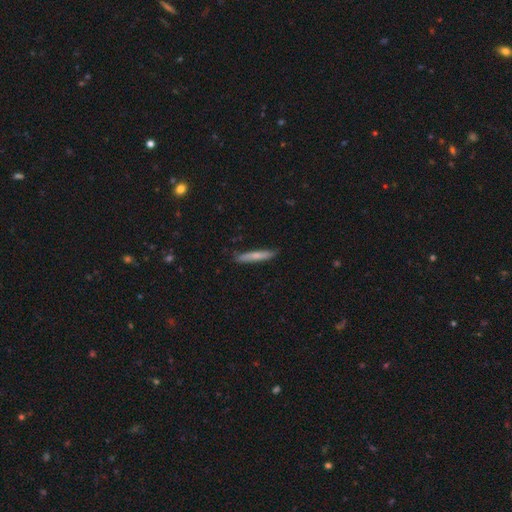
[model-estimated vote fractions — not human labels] The model was most divided on "smooth or featured": smooth: 68%, featured or disk: 27%, star or artifact: 6%. More confident: how rounded — cigar-shaped (93%); merging — none (85%).